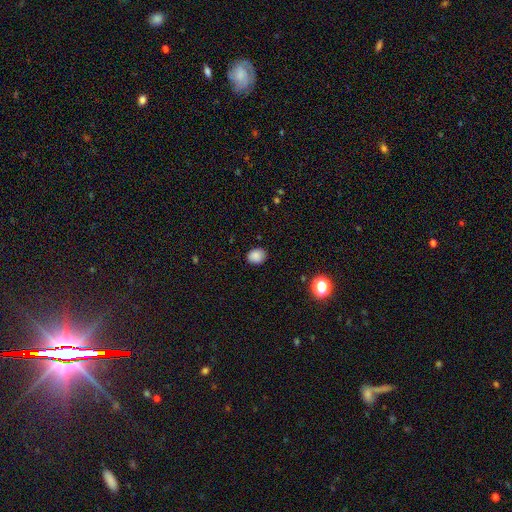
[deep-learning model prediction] smooth-or-featured: smooth: 85% | star or artifact: 11% | featured or disk: 4%
  how-rounded: round: 59% | in between: 40% | cigar-shaped: 1%
  merging: none: 85% | minor disturbance: 11% | major disturbance: 2% | merger: 1%